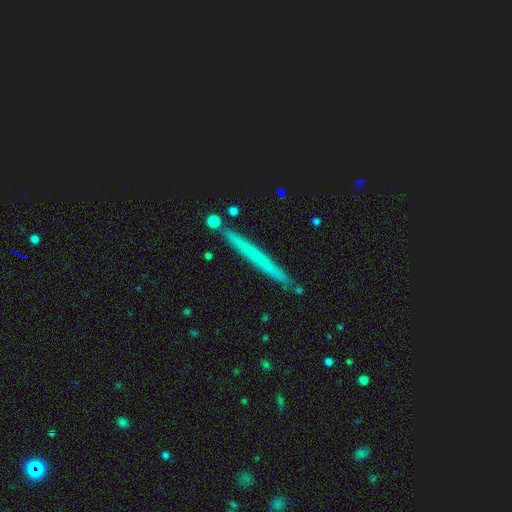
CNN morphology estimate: A smooth galaxy with no disk features (50%).

Vote fractions:
- Smooth or featured? smooth: 50% / featured or disk: 38% / star or artifact: 13%
- Merging? none: 88% / minor disturbance: 8% / merger: 2% / major disturbance: 2%